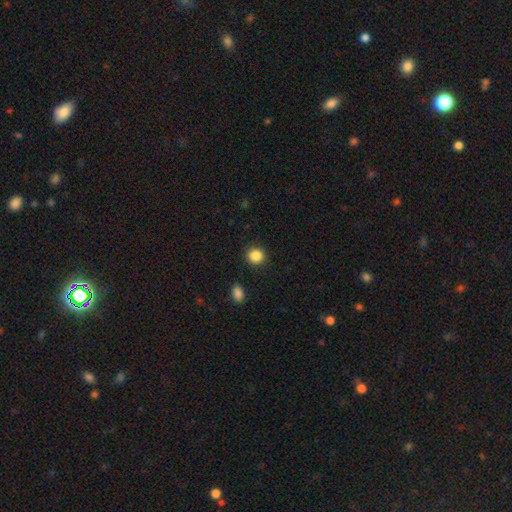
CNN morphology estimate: type=smooth (87%); roundness=round (89%); merging=none (90%).